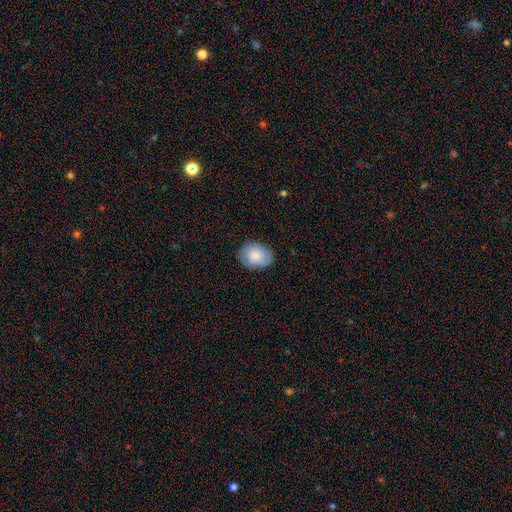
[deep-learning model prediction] Q: Smooth or featured?
A: smooth (78%); runner-up: featured or disk (15%)
Q: How rounded?
A: in between (66%); runner-up: round (33%)
Q: Merging?
A: none (80%); runner-up: minor disturbance (15%)